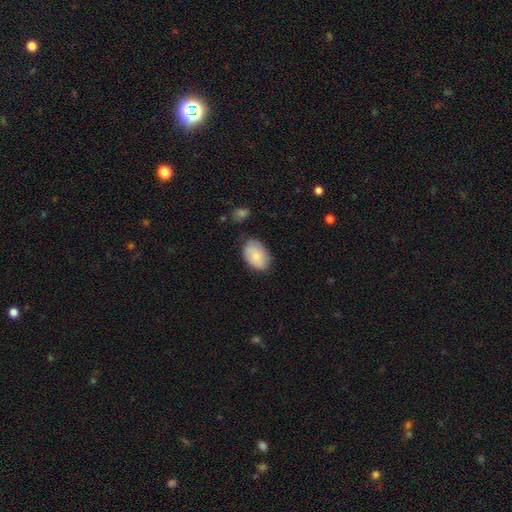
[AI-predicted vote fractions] Morphology: type=smooth (80%); roundness=in between (88%); merging=none (71%).